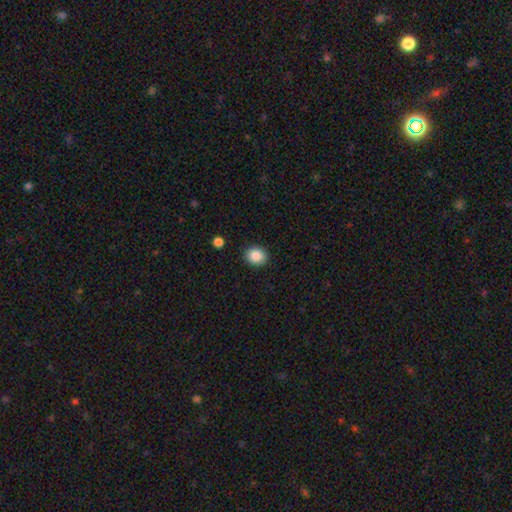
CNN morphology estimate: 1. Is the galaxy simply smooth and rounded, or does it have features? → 88% smooth, 9% star or artifact, 4% featured or disk.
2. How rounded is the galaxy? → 64% round, 35% in between, 1% cigar-shaped.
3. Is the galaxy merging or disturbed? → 89% none, 7% minor disturbance, 2% major disturbance, 1% merger.